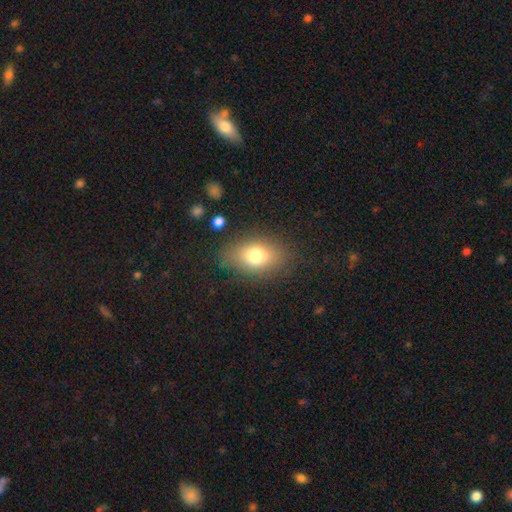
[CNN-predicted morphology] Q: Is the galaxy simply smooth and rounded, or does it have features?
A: smooth — 77%.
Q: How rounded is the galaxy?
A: in between — 80%.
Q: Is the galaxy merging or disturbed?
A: none — 80%.